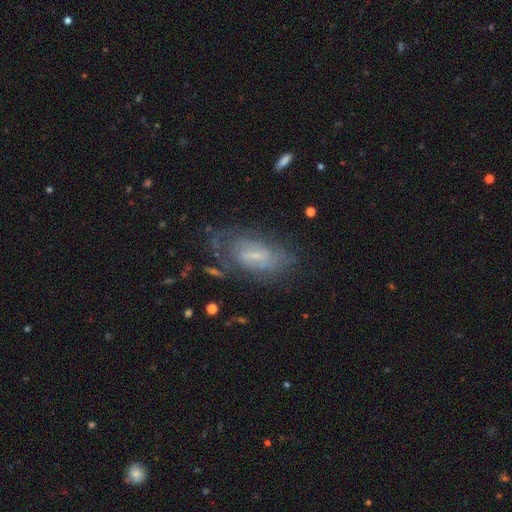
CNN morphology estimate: smooth_or_featured: featured or disk (p=0.66) [alt: smooth p=0.24]
disk_edge_on: no (p=0.92) [alt: yes p=0.08]
bar: weak (p=0.51) [alt: no p=0.31]
has_spiral_arms: yes (p=0.74) [alt: no p=0.26]
bulge_size: small (p=0.57) [alt: moderate p=0.23]
merging: none (p=0.56) [alt: minor disturbance p=0.23]